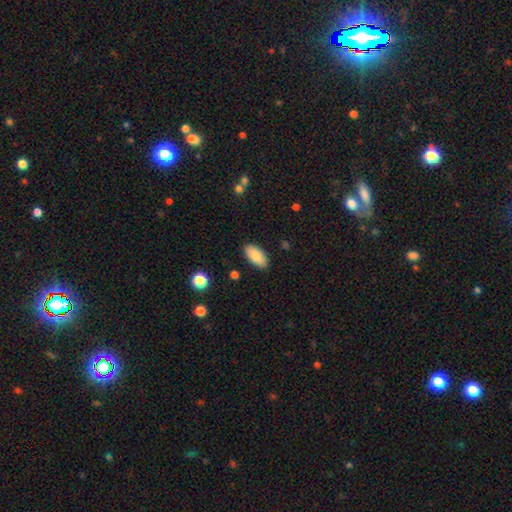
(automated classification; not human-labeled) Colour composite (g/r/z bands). It shows a smooth galaxy with no disk features (86%) that is in between round and cigar-shaped (92%). Merging: none (87%).